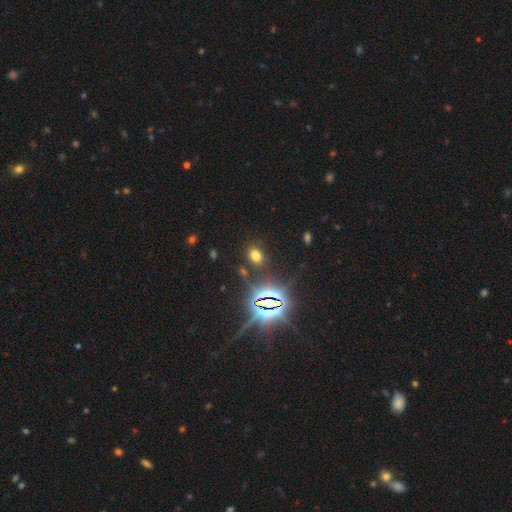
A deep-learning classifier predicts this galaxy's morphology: type=smooth (60%); roundness=in between (71%); merging=none (82%).